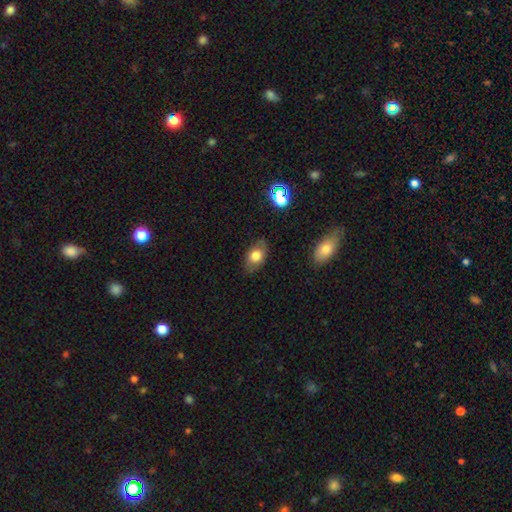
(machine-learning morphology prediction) A smooth galaxy with no disk features (73%) that is in between round and cigar-shaped (83%).

Vote fractions:
- Smooth or featured? smooth: 73% / featured or disk: 18% / star or artifact: 9%
- How rounded? in between: 83% / round: 16% / cigar-shaped: 2%
- Merging? none: 79% / minor disturbance: 16% / major disturbance: 4% / merger: 1%